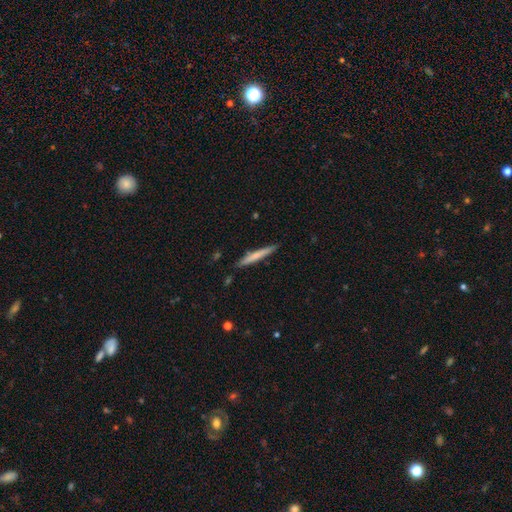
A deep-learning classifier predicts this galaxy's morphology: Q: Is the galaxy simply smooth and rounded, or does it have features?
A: smooth — 63%.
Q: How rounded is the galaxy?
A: cigar-shaped — 96%.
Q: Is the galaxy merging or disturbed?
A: none — 87%.